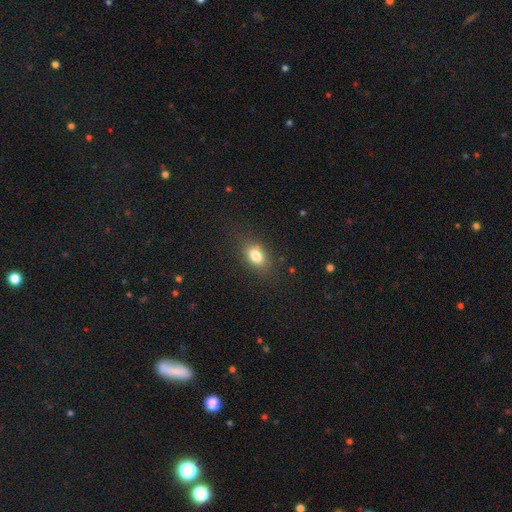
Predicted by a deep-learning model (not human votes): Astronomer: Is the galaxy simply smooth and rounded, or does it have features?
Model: smooth — 80%.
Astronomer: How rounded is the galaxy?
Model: in between — 82%.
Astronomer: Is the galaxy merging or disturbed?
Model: none — 78%.